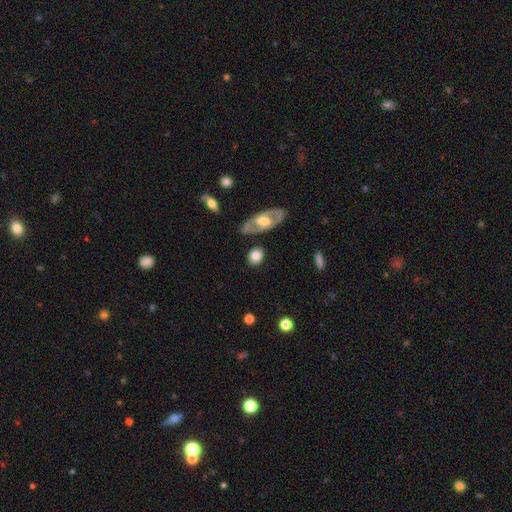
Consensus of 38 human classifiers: This appears to be a smooth galaxy with no disk features (68%) that is round (50%). Merging: none (74%).